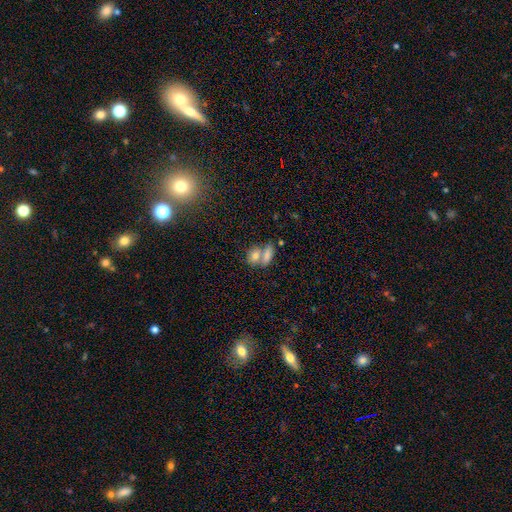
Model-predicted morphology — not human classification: A smooth galaxy with no disk features (75%) that is in between round and cigar-shaped (61%).

Vote fractions:
- Smooth or featured? smooth: 75% / featured or disk: 15% / star or artifact: 10%
- How rounded? in between: 61% / round: 33% / cigar-shaped: 6%
- Merging? merger: 53% / none: 34% / minor disturbance: 8% / major disturbance: 4%